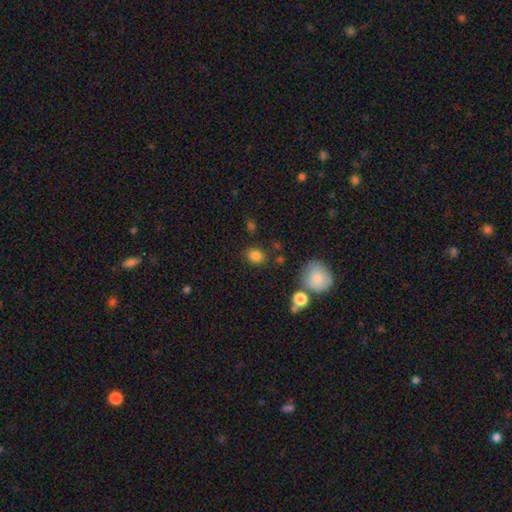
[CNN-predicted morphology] type=smooth (82%); roundness=round (62%); merging=none (81%).